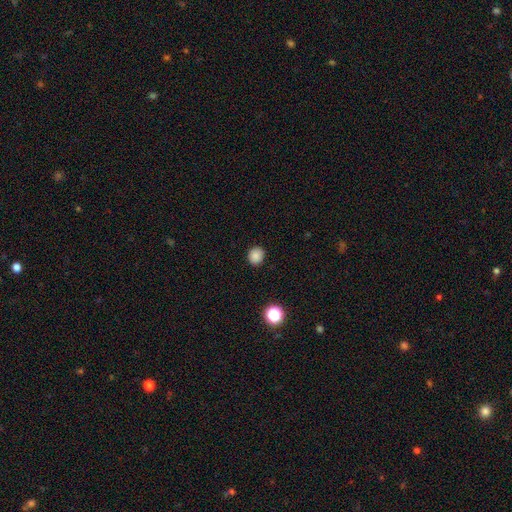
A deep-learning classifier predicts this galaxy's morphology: A smooth galaxy with no disk features (86%) that is round (86%). Merging: none (91%).